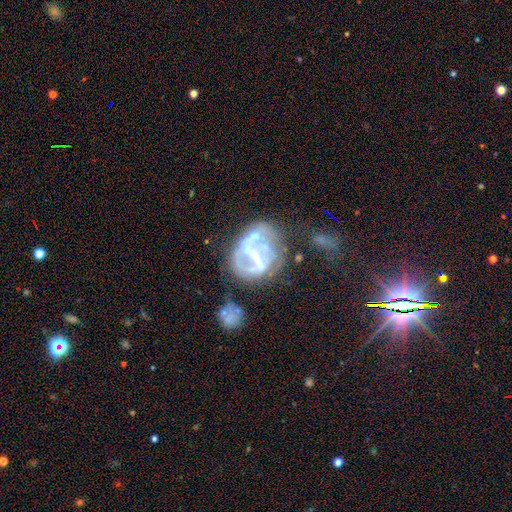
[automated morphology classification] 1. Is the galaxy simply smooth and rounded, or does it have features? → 77% featured or disk, 14% smooth, 9% star or artifact.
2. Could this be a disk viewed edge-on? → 97% no, 3% yes.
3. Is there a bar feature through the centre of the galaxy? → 41% strong, 39% weak, 20% no.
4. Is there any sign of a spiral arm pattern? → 62% yes, 38% no.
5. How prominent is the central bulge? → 43% small, 35% moderate, 18% none, 4% large, 1% dominant.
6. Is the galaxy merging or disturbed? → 35% none, 31% major disturbance, 21% minor disturbance, 14% merger.